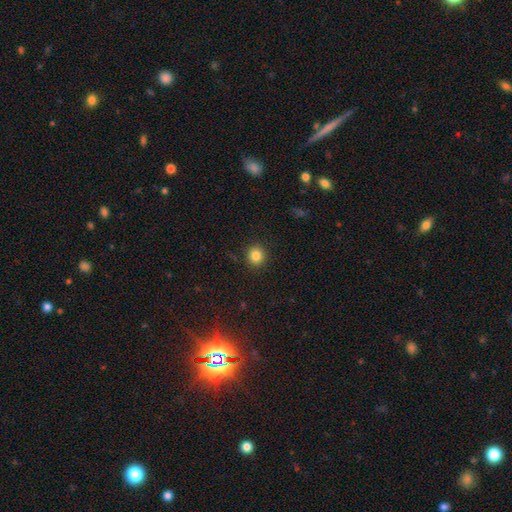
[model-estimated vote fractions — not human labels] Smooth or featured? smooth (84%)
How rounded? round (90%)
Merging? none (90%)